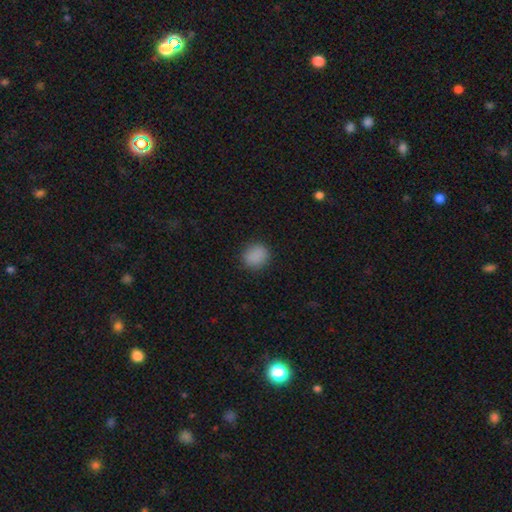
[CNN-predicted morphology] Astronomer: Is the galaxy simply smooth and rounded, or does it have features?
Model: smooth — 86%.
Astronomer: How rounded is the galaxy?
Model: round — 80%.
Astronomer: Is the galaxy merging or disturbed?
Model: none — 85%.